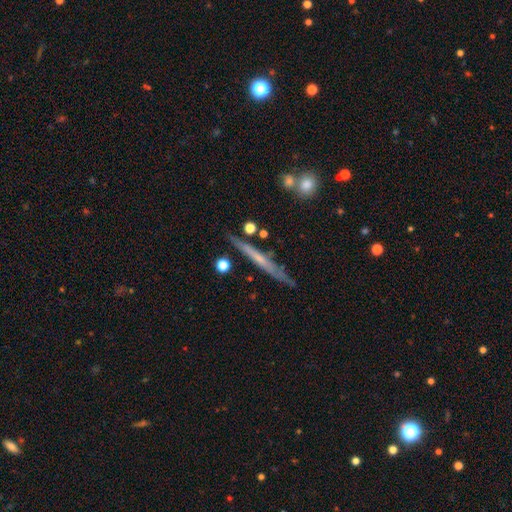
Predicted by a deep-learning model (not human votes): Smooth or featured: featured or disk — 60% (smooth — 32%)
Edge-on disk: yes — 93% (no — 7%)
Edge-on bulge: none — 65% (rounded — 28%)
Merging: none — 81% (minor disturbance — 13%)